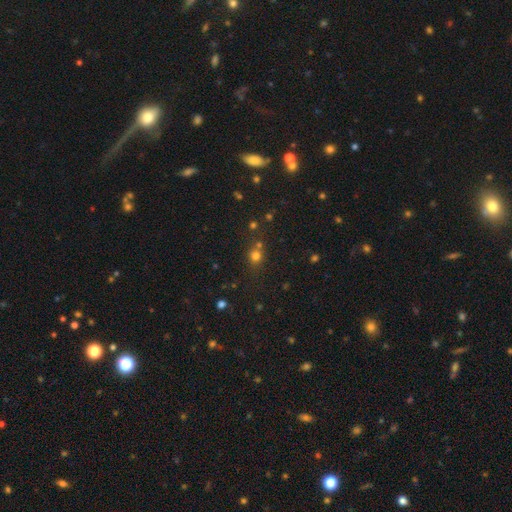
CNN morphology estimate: type=smooth (71%); roundness=round (84%); merging=none (63%).